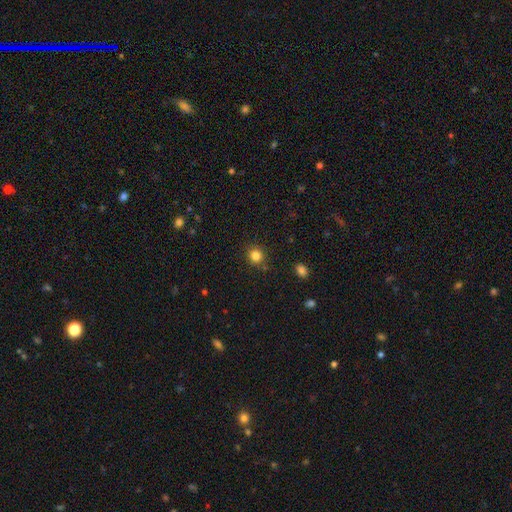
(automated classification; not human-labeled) The model was most divided on "smooth or featured": smooth: 82%, star or artifact: 13%, featured or disk: 5%. More confident: how rounded — round (85%); merging — none (85%).